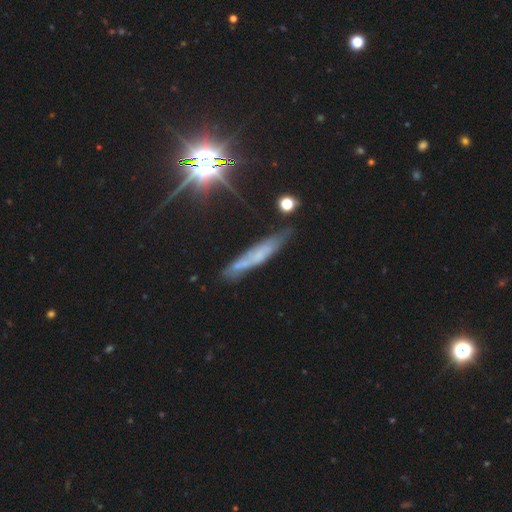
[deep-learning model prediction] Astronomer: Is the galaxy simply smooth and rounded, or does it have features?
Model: featured or disk — 46% (runner-up: smooth, 35%).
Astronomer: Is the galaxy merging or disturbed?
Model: none — 70%.